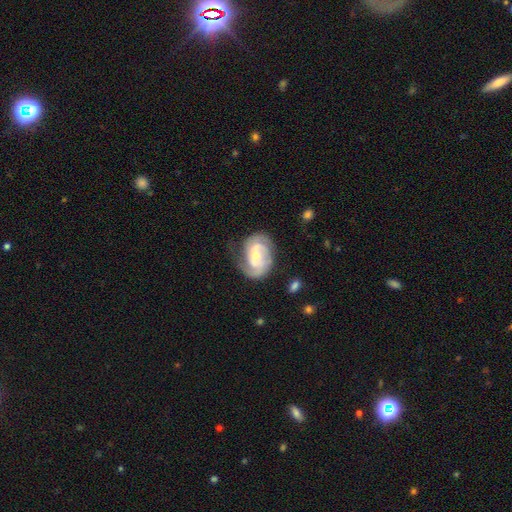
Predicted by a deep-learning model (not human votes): This is clearly a featured or disk galaxy (81%). It is clearly not viewed edge-on (97%). Bar: marginally weak (43%). Spiral arm pattern: clearly yes (93%). Spiral arm count: likely 2 (61%). Spiral winding: possibly tight (48%). Central bulge: possibly moderate (48%, tied with small). Merging: likely none (64%).